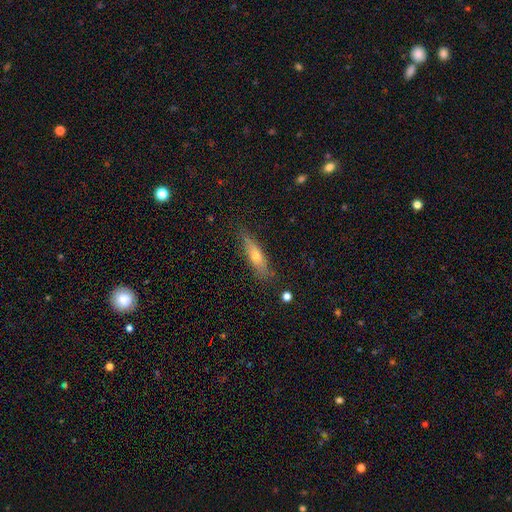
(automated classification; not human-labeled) Smooth or featured: smooth — 52% (featured or disk — 41%)
How rounded: cigar-shaped — 73% (in between — 25%)
Merging: none — 82% (minor disturbance — 14%)